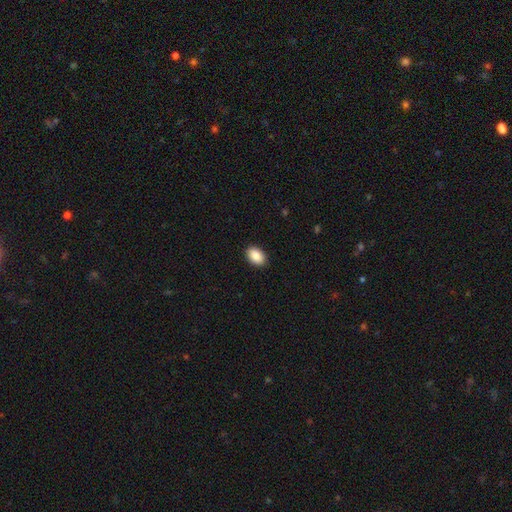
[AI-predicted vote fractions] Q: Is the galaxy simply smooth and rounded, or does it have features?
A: smooth — 88%.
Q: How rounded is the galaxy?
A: in between — 88%.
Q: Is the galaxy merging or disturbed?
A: none — 90%.